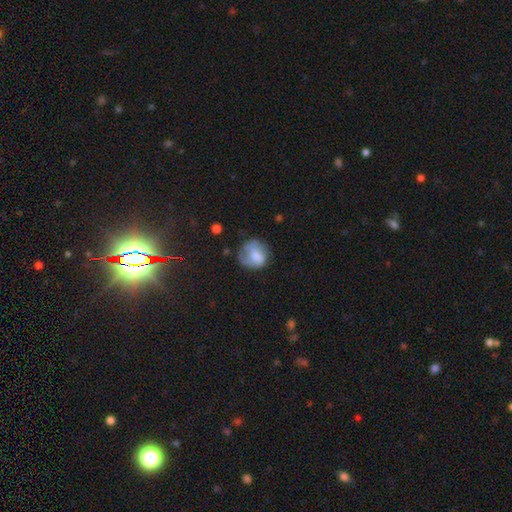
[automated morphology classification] Smooth or featured? smooth (66%)
How rounded? round (75%)
Merging? none (52%)